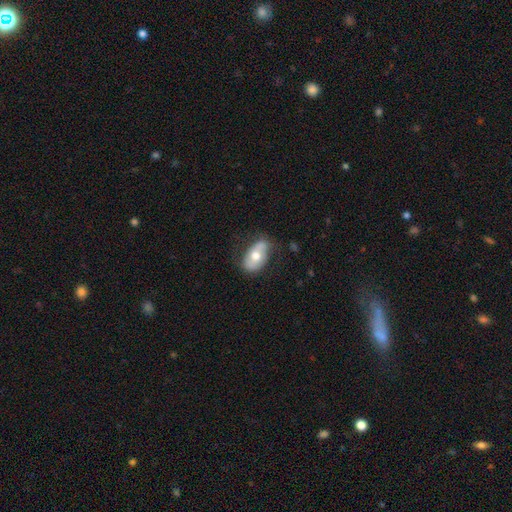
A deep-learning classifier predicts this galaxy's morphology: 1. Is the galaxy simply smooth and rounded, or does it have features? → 55% smooth, 39% featured or disk, 6% star or artifact.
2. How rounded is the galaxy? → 91% in between, 7% round, 2% cigar-shaped.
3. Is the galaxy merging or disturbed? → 65% none, 25% minor disturbance, 8% major disturbance, 2% merger.